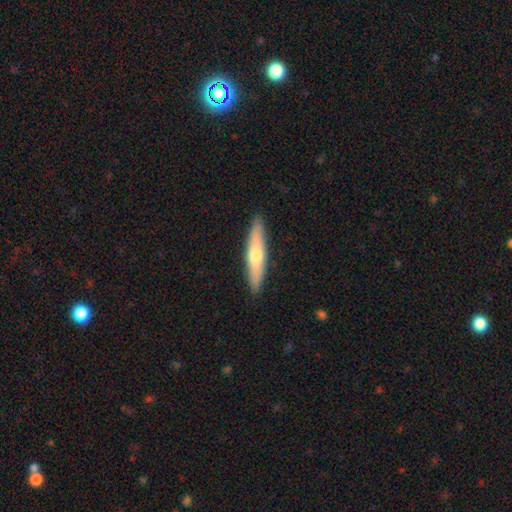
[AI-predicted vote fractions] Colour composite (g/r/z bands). It shows a smooth galaxy with no disk features (55%) that is cigar-shaped (83%). Merging: none (90%).